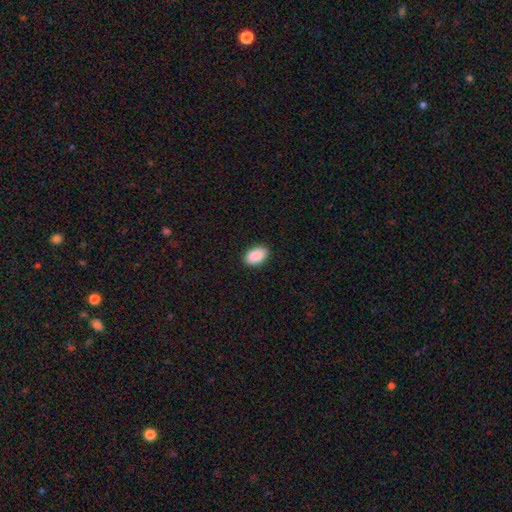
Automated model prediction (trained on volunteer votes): Q: Smooth or featured?
A: smooth (91%); runner-up: star or artifact (7%)
Q: How rounded?
A: in between (92%); runner-up: round (7%)
Q: Merging?
A: none (89%); runner-up: minor disturbance (8%)